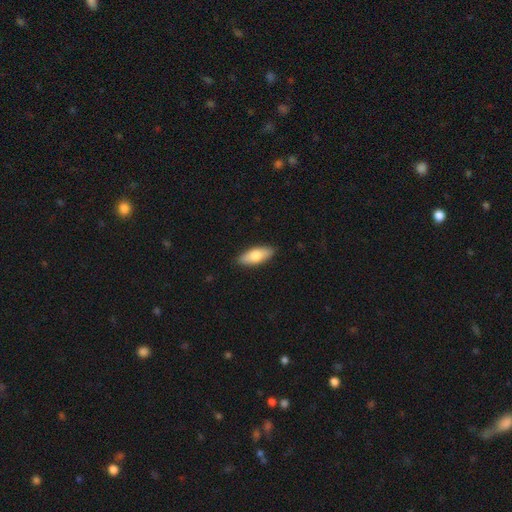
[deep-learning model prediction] Overall: smooth (75%). How rounded: in between (78%). Merging: none (89%).